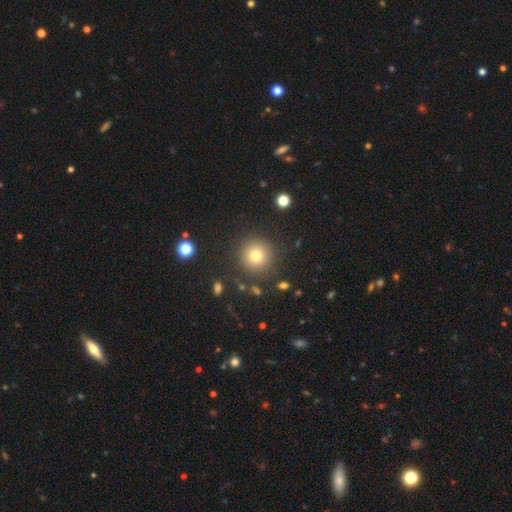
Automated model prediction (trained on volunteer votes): Q: Smooth or featured?
A: smooth (75%); runner-up: star or artifact (15%)
Q: How rounded?
A: round (95%); runner-up: in between (4%)
Q: Merging?
A: none (88%); runner-up: minor disturbance (7%)